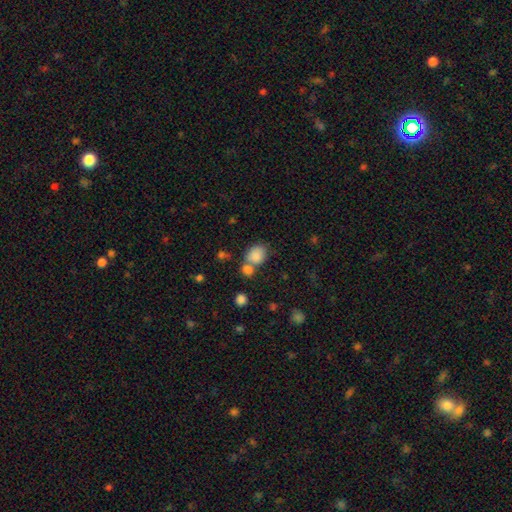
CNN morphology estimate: Smooth or featured? Predicted: smooth (p=0.83). How rounded? Predicted: in between (p=0.50). Merging? Predicted: none (p=0.45).